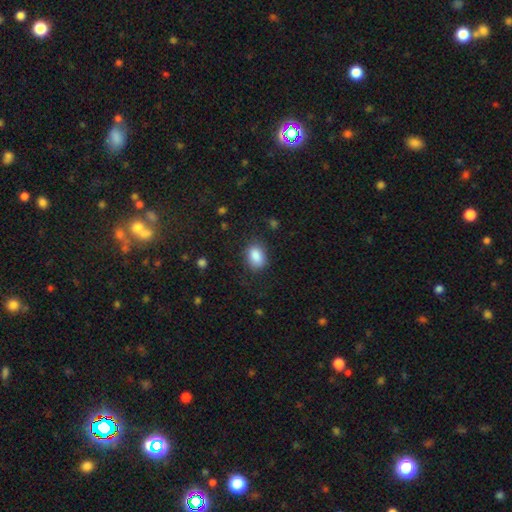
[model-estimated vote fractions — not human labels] This is clearly a smooth galaxy (88%). How rounded: clearly in between (80%). Merging: likely none (78%).